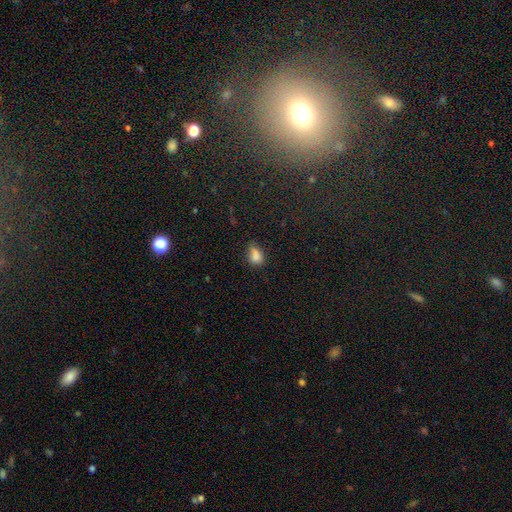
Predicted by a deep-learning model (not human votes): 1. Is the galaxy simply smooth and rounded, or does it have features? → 81% smooth, 12% star or artifact, 8% featured or disk.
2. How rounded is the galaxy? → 73% in between, 24% round, 2% cigar-shaped.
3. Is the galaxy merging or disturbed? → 45% none, 36% minor disturbance, 11% major disturbance, 8% merger.